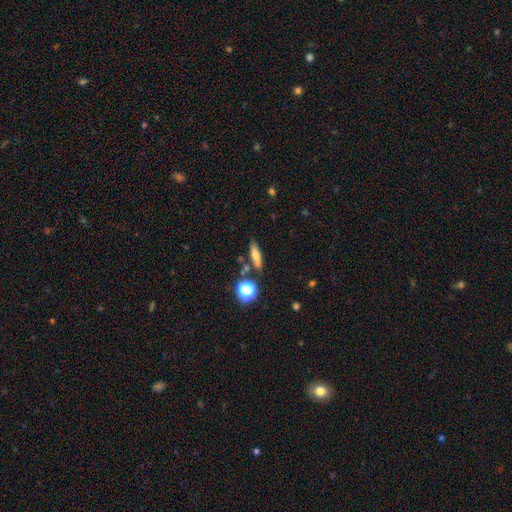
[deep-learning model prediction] Overall: smooth (66%). How rounded: cigar-shaped (54%; in between 37%). Merging: none (77%).